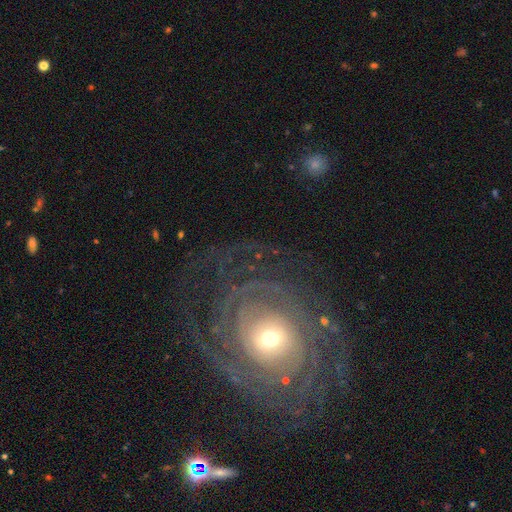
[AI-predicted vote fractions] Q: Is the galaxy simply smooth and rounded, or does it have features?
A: featured or disk — 84%.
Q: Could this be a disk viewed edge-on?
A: no — 96%.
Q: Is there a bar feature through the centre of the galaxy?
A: no — 71%.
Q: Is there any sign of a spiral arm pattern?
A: yes — 92%.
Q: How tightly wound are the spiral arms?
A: tight — 78%.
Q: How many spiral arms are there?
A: can't tell — 37%.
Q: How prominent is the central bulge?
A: moderate — 51%.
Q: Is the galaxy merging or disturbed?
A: none — 76%.